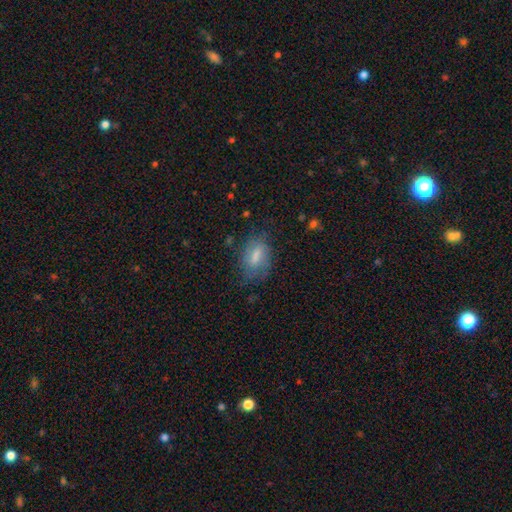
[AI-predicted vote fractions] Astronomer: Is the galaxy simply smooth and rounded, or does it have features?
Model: smooth — 58%.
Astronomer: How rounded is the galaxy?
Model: in between — 82%.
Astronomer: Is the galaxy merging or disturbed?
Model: none — 65%.